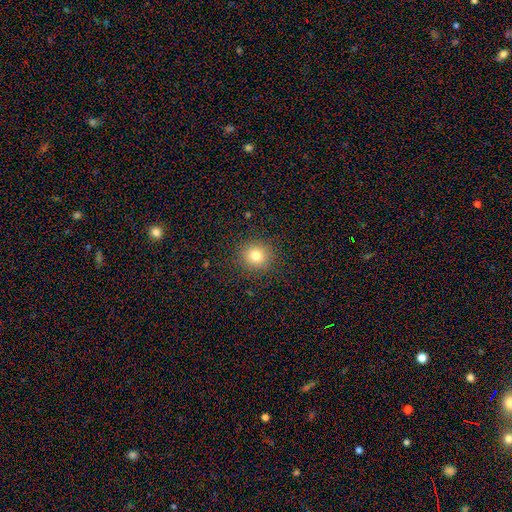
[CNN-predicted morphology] A smooth galaxy with no disk features (80%) that is round (90%).

Vote fractions:
- Smooth or featured? smooth: 80% / star or artifact: 13% / featured or disk: 7%
- How rounded? round: 90% / in between: 9% / cigar-shaped: 1%
- Merging? none: 89% / minor disturbance: 7% / major disturbance: 3% / merger: 1%